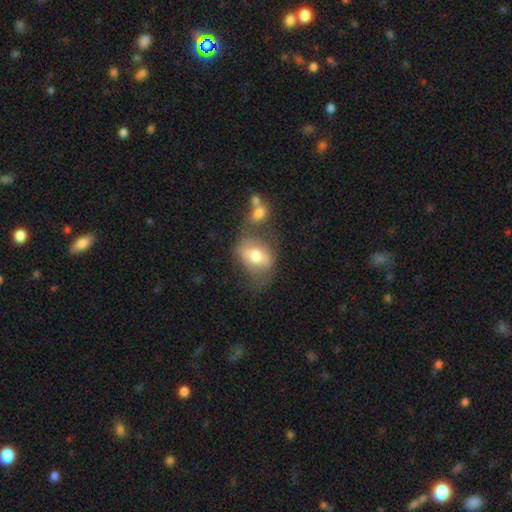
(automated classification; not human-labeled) Smooth or featured? Predicted: smooth (p=0.60). How rounded? Predicted: in between (p=0.73). Merging? Predicted: none (p=0.42).